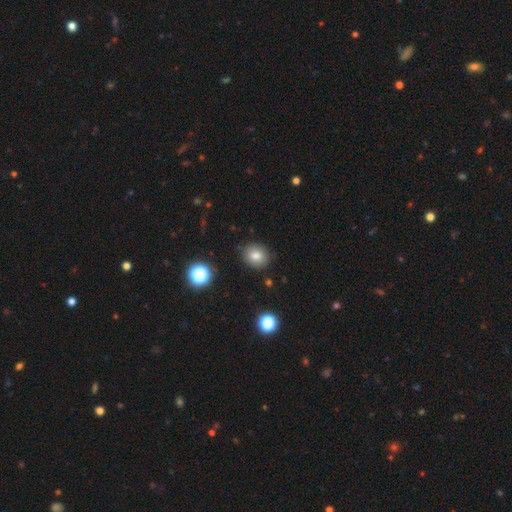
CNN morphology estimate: A smooth galaxy with no disk features (80%) that is round (66%). Merging: none (87%).